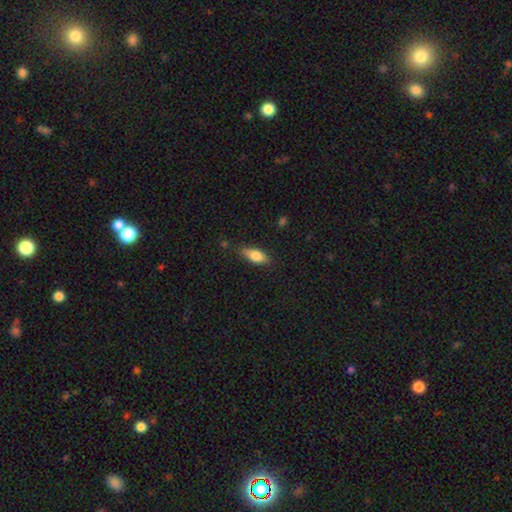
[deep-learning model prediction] smooth-or-featured: smooth: 75% | featured or disk: 18% | star or artifact: 7%
  how-rounded: in between: 76% | cigar-shaped: 20% | round: 3%
  merging: none: 80% | minor disturbance: 15% | major disturbance: 3% | merger: 2%